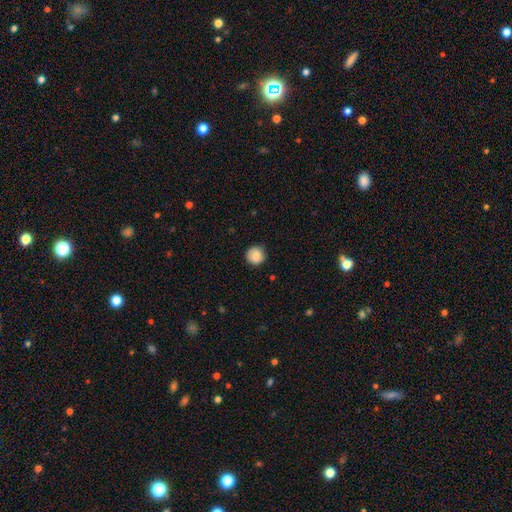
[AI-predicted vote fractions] Smooth or featured? smooth (85%)
How rounded? round (93%)
Merging? none (85%)